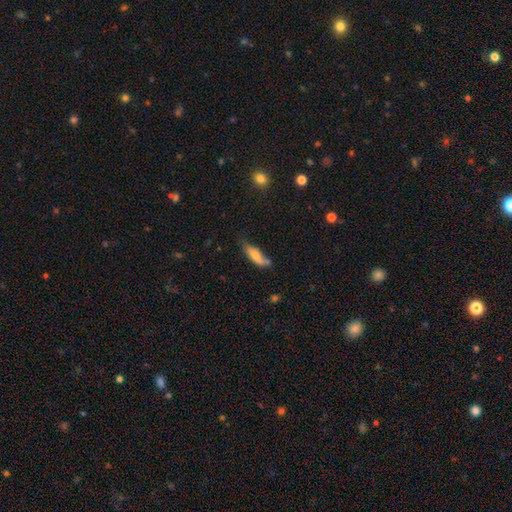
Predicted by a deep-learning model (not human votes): This is likely a smooth galaxy (67%). How rounded: possibly in between (59%). Merging: possibly none (46%).